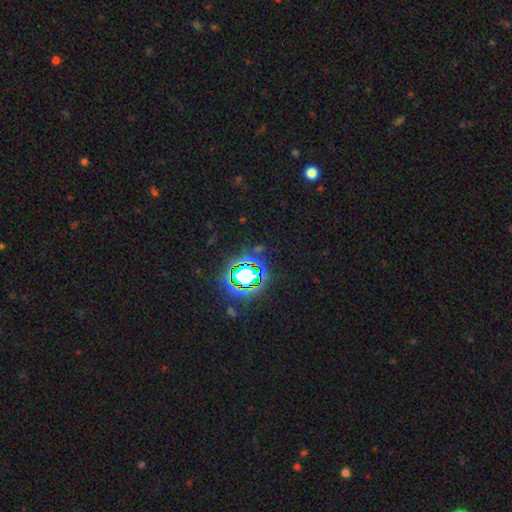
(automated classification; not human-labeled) A star or artifact, not a galaxy (82%).